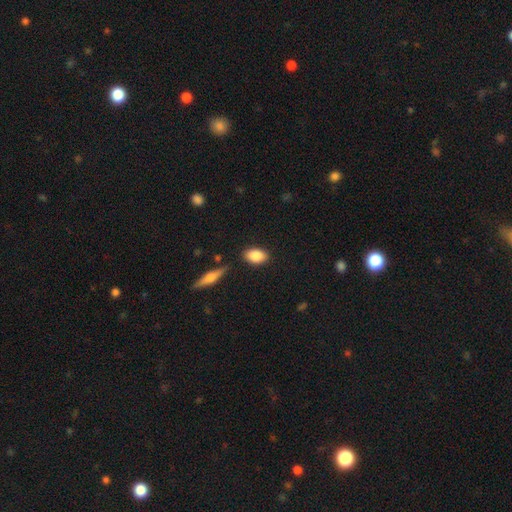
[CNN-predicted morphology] This is clearly a smooth galaxy (85%). How rounded: clearly in between (88%). Merging: clearly none (85%).